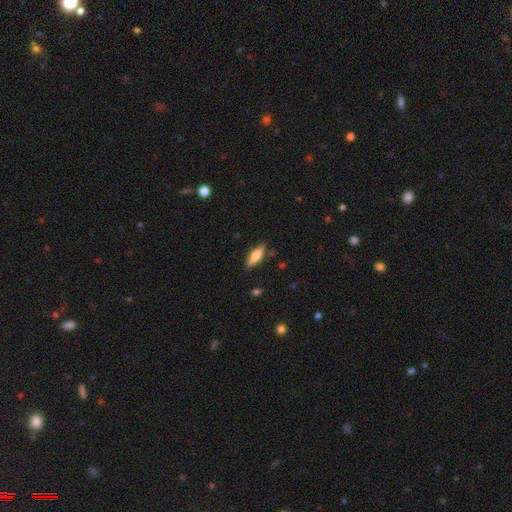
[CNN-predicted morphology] smooth 64%, featured or disk 30%, star or artifact 7%. Down the decision tree: how rounded — cigar-shaped (51%); merging — none (82%).